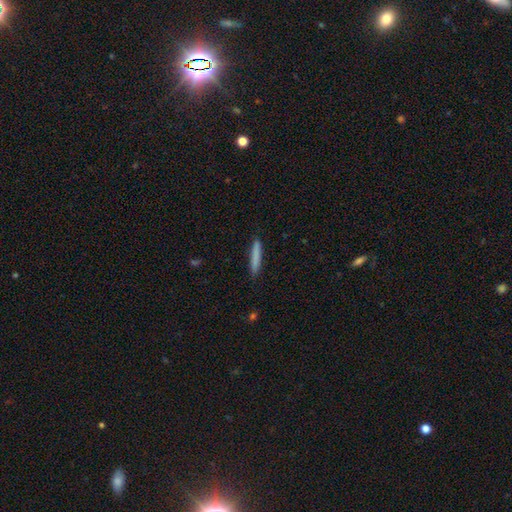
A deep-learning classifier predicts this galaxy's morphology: This is clearly a smooth galaxy (81%). How rounded: clearly cigar-shaped (94%). Merging: clearly none (89%).